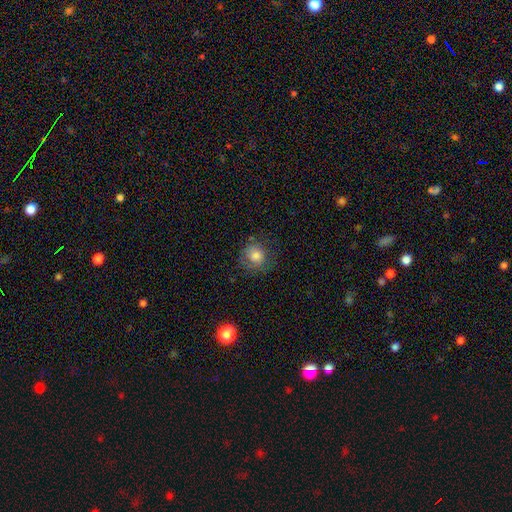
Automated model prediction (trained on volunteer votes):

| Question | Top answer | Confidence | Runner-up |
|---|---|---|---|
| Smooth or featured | smooth | 78% | featured or disk (12%) |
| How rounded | round | 86% | in between (13%) |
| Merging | none | 68% | minor disturbance (20%) |